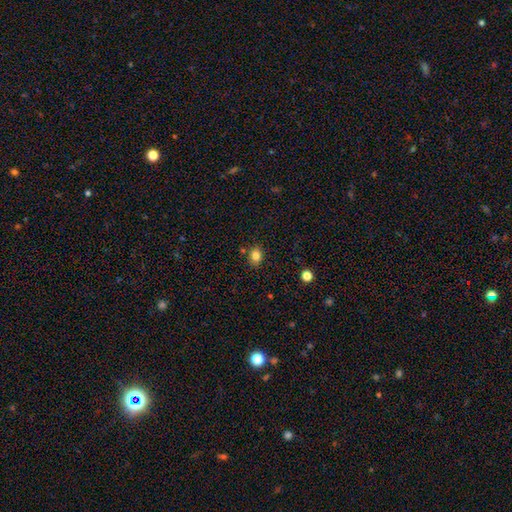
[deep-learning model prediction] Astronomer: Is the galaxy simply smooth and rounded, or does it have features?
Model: smooth — 83%.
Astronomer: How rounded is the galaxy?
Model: in between — 51% (runner-up: round, 48%).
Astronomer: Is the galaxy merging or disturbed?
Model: none — 82%.